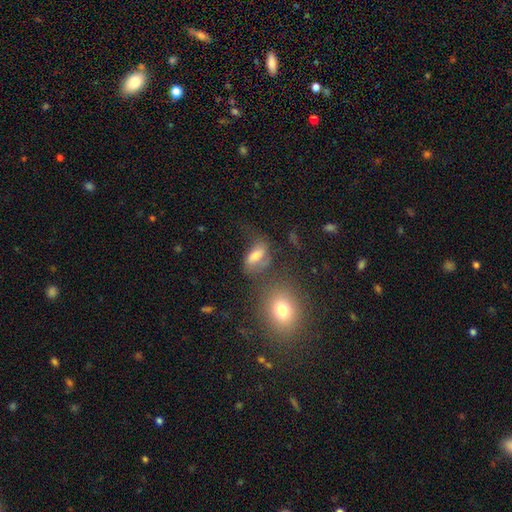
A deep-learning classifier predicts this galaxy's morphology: Q: Smooth or featured?
A: smooth (57%); runner-up: featured or disk (29%)
Q: How rounded?
A: in between (83%); runner-up: round (9%)
Q: Merging?
A: none (37%); runner-up: major disturbance (24%)